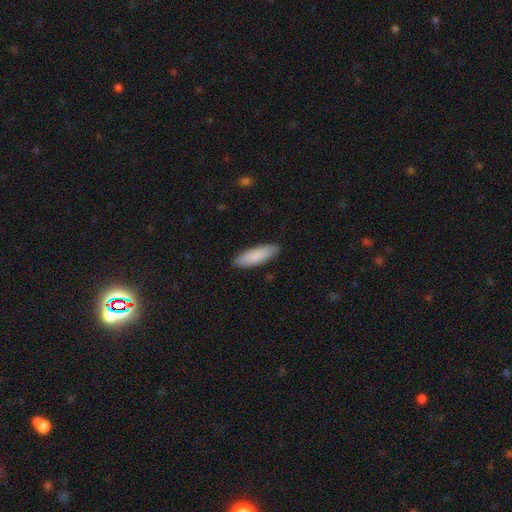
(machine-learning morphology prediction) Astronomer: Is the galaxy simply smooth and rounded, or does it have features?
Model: smooth — 88%.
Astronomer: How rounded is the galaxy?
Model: cigar-shaped — 51% (runner-up: in between, 47%).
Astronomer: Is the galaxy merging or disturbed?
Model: none — 90%.